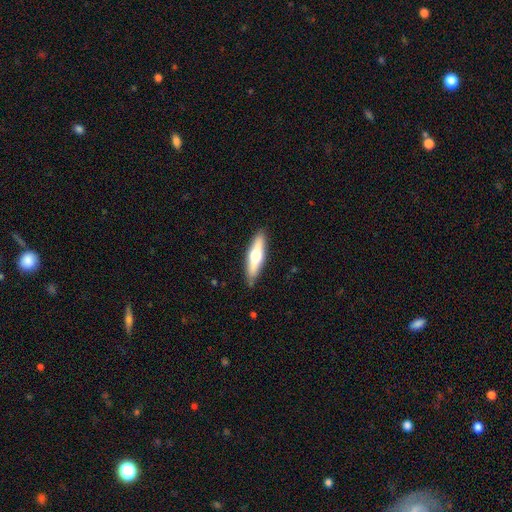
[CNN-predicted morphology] This is possibly a smooth galaxy (49%). Merging: clearly none (85%).